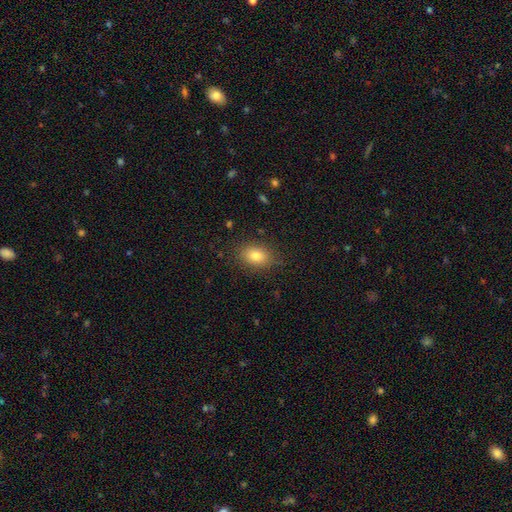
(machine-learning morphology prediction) Smooth or featured? smooth (81%)
How rounded? in between (81%)
Merging? none (85%)